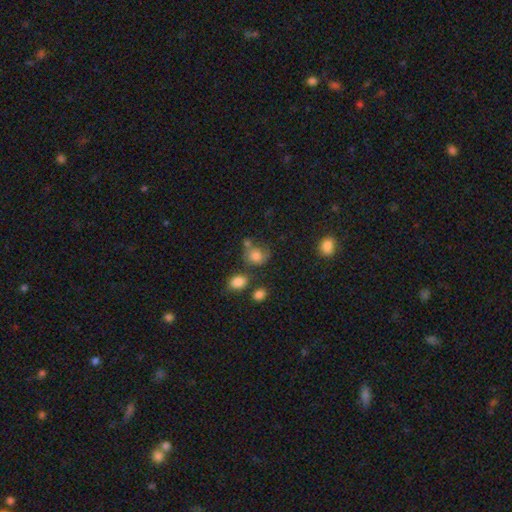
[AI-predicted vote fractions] The model was most divided on "merging": none: 53%, minor disturbance: 20%, merger: 17%, major disturbance: 9%. More confident: smooth or featured — smooth (76%); how rounded — round (69%).